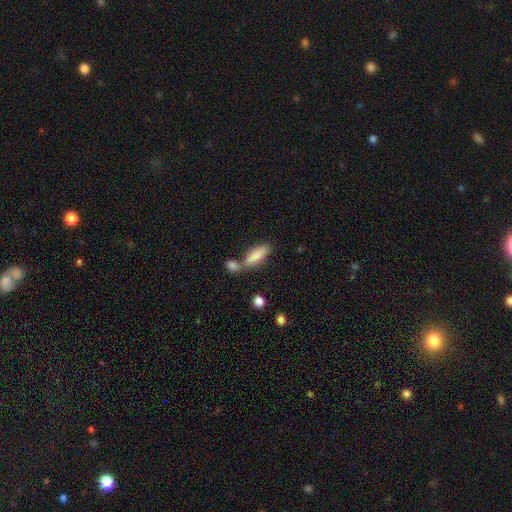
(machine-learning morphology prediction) Overall: smooth (83%). How rounded: in between (56%; cigar-shaped 41%). Merging: none (51%; merger 32%).